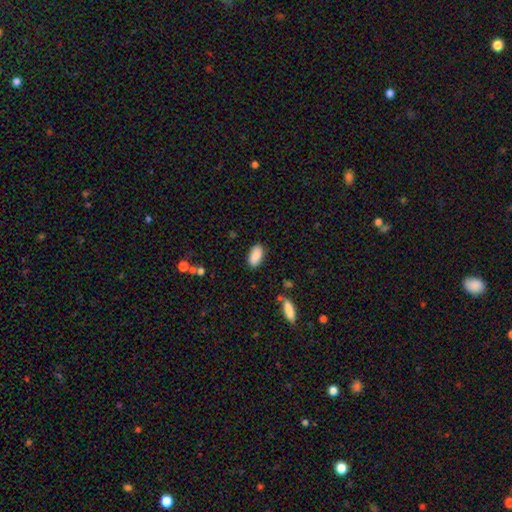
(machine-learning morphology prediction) Q: Smooth or featured?
A: smooth (88%); runner-up: star or artifact (7%)
Q: How rounded?
A: in between (93%); runner-up: cigar-shaped (5%)
Q: Merging?
A: none (85%); runner-up: minor disturbance (11%)